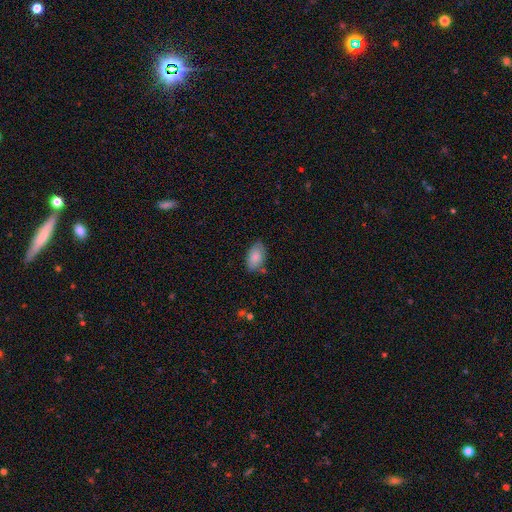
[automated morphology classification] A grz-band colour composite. It shows a smooth galaxy with no disk features (84%) that is in between round and cigar-shaped (93%). Merging: none (76%).